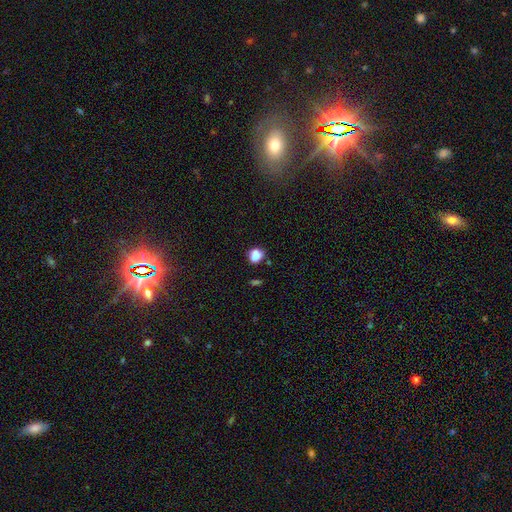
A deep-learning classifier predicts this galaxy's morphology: This is likely a smooth galaxy (77%). How rounded: likely round (65%). Merging: possibly none (60%).